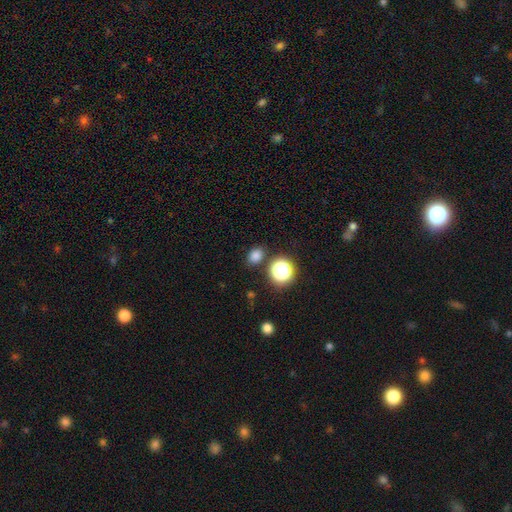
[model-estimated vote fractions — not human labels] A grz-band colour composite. It shows a smooth galaxy with no disk features (77%) that is in between round and cigar-shaped (51%). Merging: none (83%).